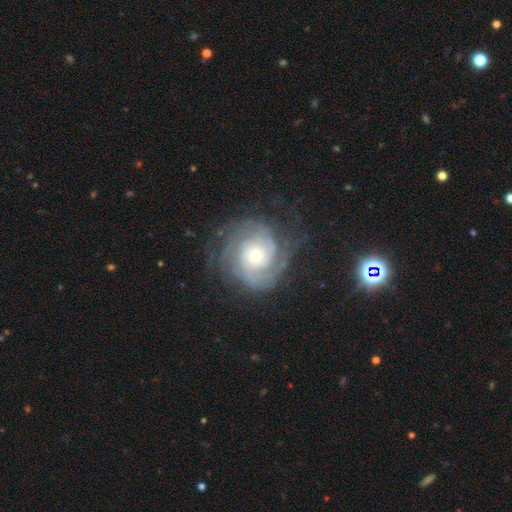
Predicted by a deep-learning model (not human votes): The model was most divided on "spiral arm count": 2: 36%, can't tell: 23%, 3: 20%, 4: 9%, 1: 6%, more than 4: 6%. More confident: edge-on disk — no (98%); spiral arms — yes (97%); smooth or featured — featured or disk (87%); bar — no (77%); merging — none (69%); spiral winding — tight (66%); bulge size — small (59%).